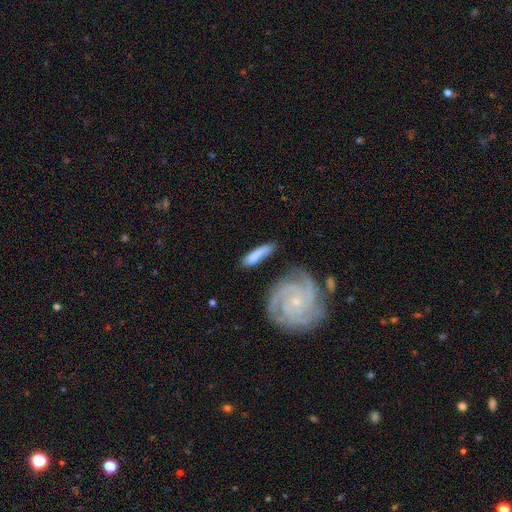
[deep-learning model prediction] Overall: smooth (61%; featured or disk 33%). How rounded: cigar-shaped (70%). Merging: none (59%; minor disturbance 22%).